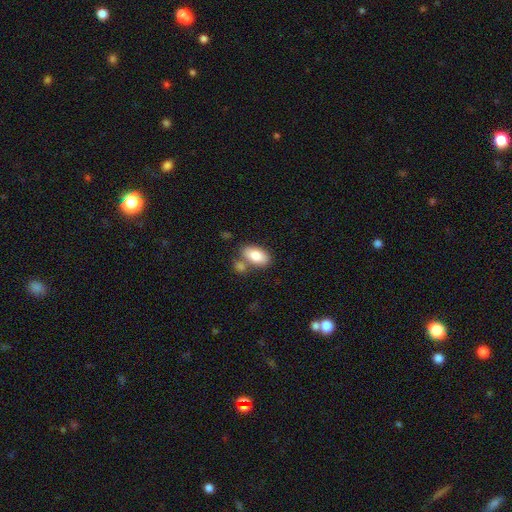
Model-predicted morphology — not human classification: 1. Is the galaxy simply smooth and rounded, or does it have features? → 85% smooth, 9% featured or disk, 6% star or artifact.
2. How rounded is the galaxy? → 93% in between, 4% round, 3% cigar-shaped.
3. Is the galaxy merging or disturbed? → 59% none, 23% merger, 13% minor disturbance, 4% major disturbance.